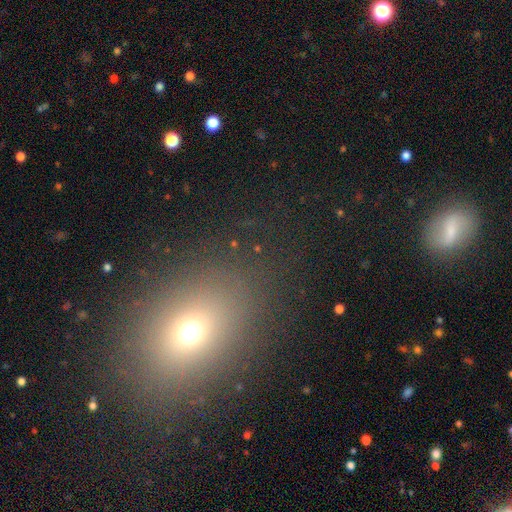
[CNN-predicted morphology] Smooth or featured? Predicted: smooth (p=0.61). How rounded? Predicted: in between (p=0.58). Merging? Predicted: none (p=0.84).